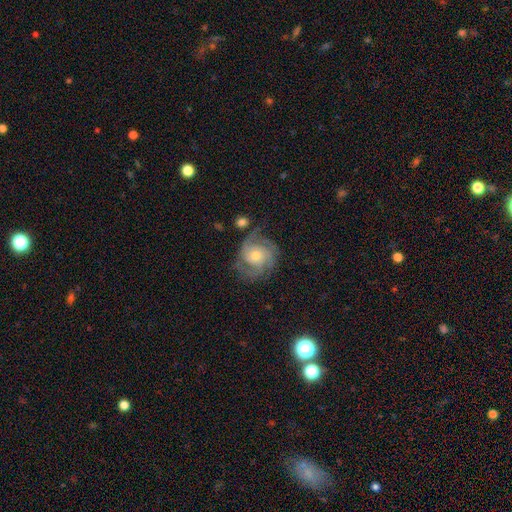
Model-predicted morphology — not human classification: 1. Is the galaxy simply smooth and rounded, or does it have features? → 86% featured or disk, 8% smooth, 6% star or artifact.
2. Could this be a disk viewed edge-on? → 98% no, 2% yes.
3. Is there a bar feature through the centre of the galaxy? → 74% no, 21% weak, 5% strong.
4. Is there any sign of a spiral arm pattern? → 97% yes, 3% no.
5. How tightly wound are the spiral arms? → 61% tight, 33% medium, 7% loose.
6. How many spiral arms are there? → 42% 3, 17% 4, 15% 2, 15% can't tell, 6% more than 4, 6% 1.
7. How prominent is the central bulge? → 55% moderate, 40% small, 3% large, 1% none, 1% dominant.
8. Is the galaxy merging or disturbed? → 74% none, 17% minor disturbance, 7% major disturbance, 2% merger.